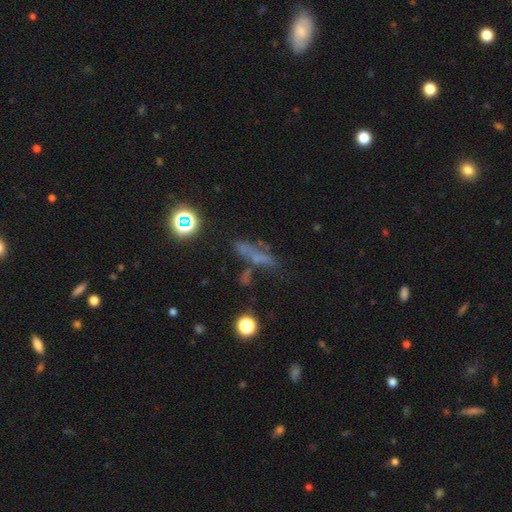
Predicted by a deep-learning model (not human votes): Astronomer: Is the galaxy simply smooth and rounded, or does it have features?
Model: smooth — 43% (runner-up: featured or disk, 30%).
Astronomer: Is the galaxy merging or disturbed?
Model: none — 53%.